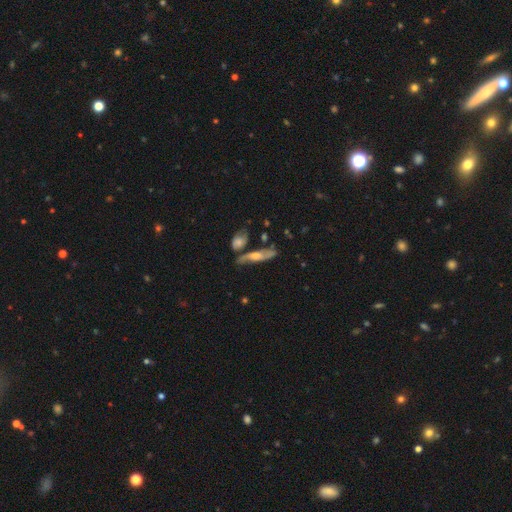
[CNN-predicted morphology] A featured or disk galaxy (60%). Merging: none (52%).